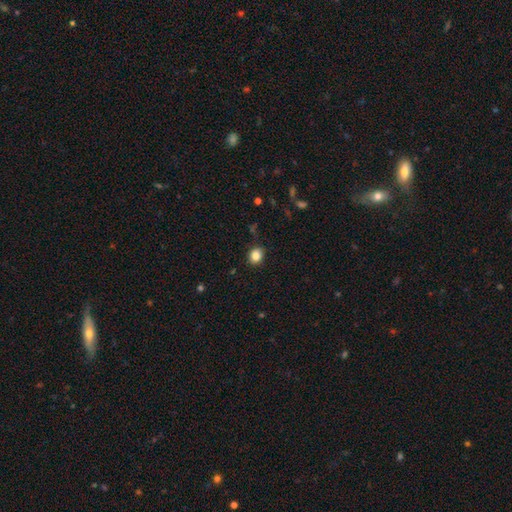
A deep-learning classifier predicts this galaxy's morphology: Smooth or featured? smooth (85%)
How rounded? round (70%)
Merging? none (87%)